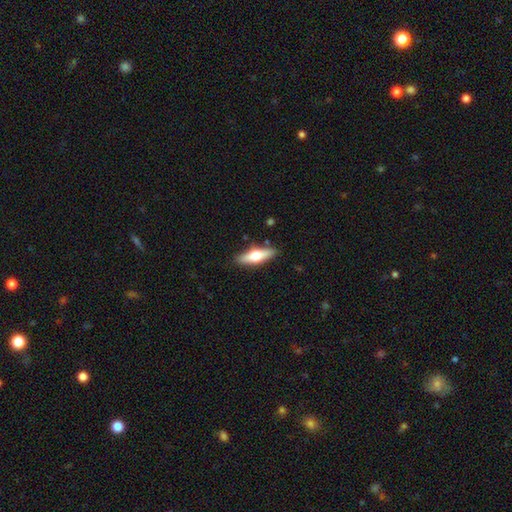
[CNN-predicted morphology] featured or disk 47% (tied), smooth 47% (tied), star or artifact 6%. Down the decision tree: merging — none (86%).